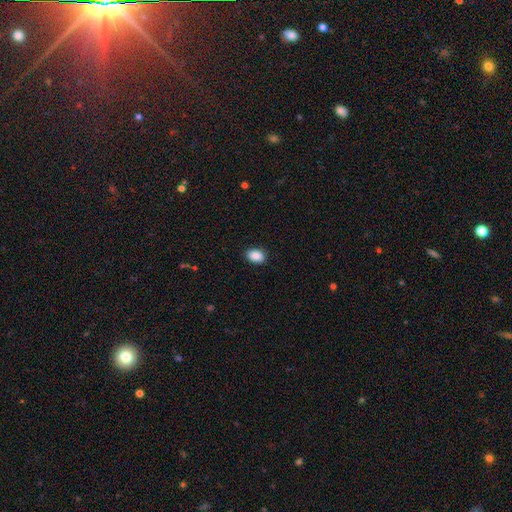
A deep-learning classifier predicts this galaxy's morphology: smooth_or_featured: smooth (p=0.89) [alt: star or artifact p=0.08]
how_rounded: in between (p=0.79) [alt: round p=0.20]
merging: none (p=0.89) [alt: minor disturbance p=0.08]